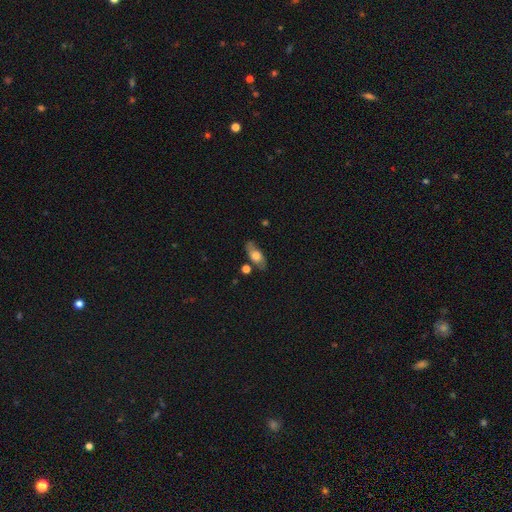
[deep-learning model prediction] Smooth or featured? Predicted: smooth (p=0.50). Merging? Predicted: none (p=0.73).